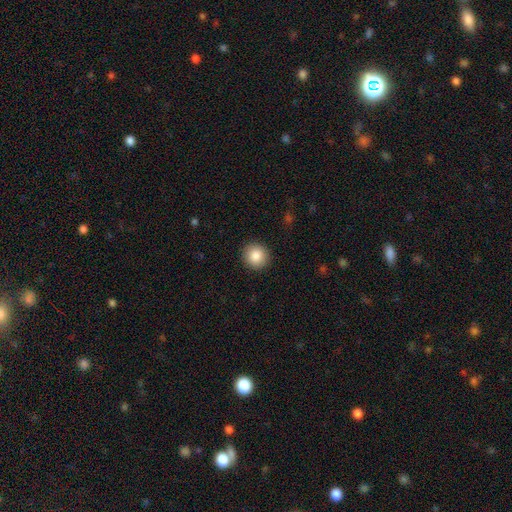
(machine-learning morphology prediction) This is clearly a smooth galaxy (87%). How rounded: clearly round (93%). Merging: clearly none (92%).